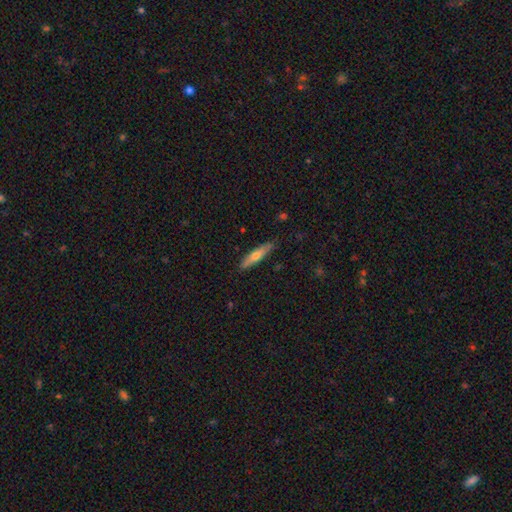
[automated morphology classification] Smooth or featured?
  - smooth: 56% *
  - featured or disk: 38%
  - star or artifact: 6%
How rounded?
  - cigar-shaped: 81% *
  - in between: 17%
  - round: 2%
Merging?
  - none: 86% *
  - minor disturbance: 11%
  - major disturbance: 2%
  - merger: 1%